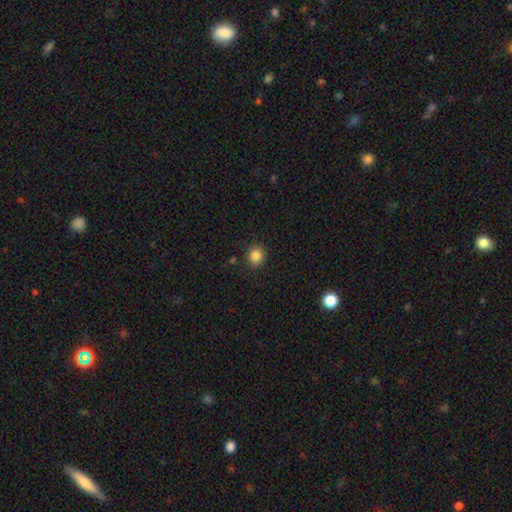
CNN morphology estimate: This appears to be a smooth galaxy with no disk features (84%) that is round (87%). Merging: none (88%).